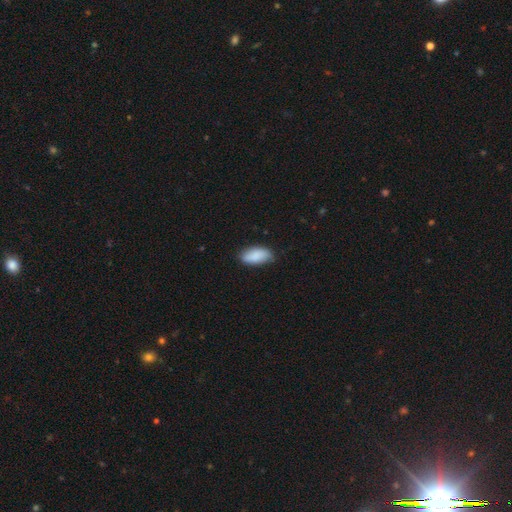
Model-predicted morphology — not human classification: type=smooth (86%); roundness=in between (91%); merging=none (74%).